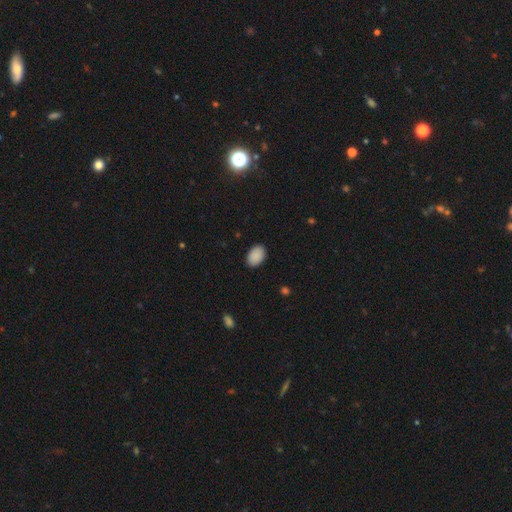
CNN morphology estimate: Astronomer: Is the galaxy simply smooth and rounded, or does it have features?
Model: smooth — 90%.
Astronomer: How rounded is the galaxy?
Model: in between — 88%.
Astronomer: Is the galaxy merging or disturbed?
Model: none — 89%.